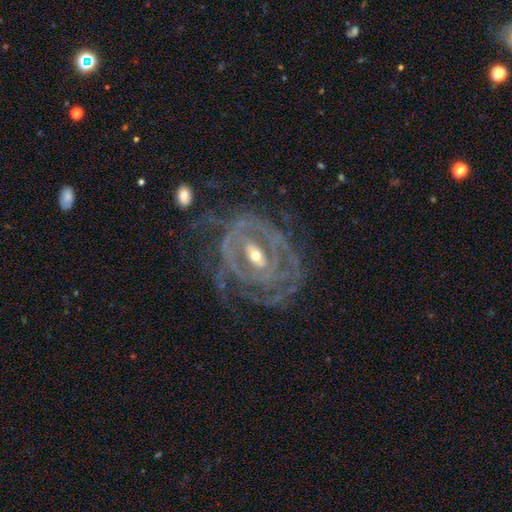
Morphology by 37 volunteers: Volunteers were most divided on "merging" (2-way tie): none: 41%, major disturbance: 41%, minor disturbance: 19%, merger: 0%. Remaining: edge-on disk — no (100%); smooth or featured — featured or disk (92%); spiral arms — yes (88%); bulge size — moderate (59%); spiral arm count — can't tell (57%); bar — weak (47%); spiral winding — medium (43%).